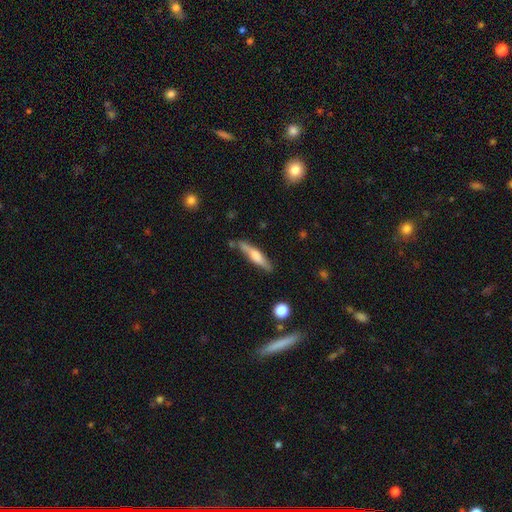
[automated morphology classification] This appears to be a smooth galaxy with no disk features (49%). Merging: none (78%).